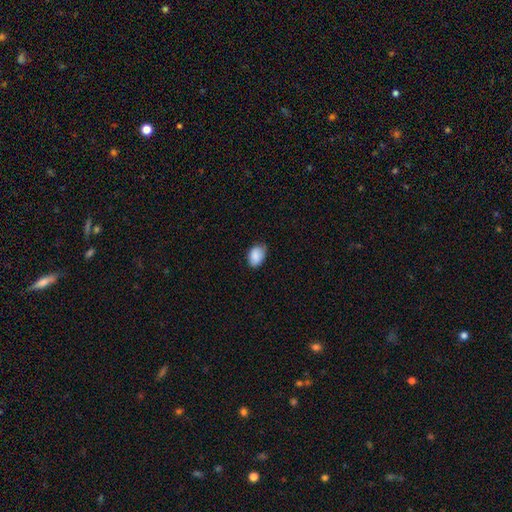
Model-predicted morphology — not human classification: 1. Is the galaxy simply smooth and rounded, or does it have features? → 88% smooth, 7% star or artifact, 5% featured or disk.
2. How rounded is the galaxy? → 83% in between, 16% round, 1% cigar-shaped.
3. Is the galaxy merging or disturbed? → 74% none, 22% minor disturbance, 3% major disturbance, 1% merger.